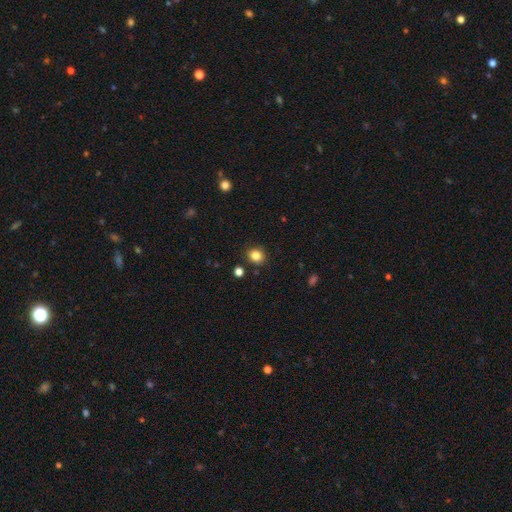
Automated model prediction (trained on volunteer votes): This is clearly a smooth galaxy (83%). How rounded: likely round (74%). Merging: clearly none (87%).